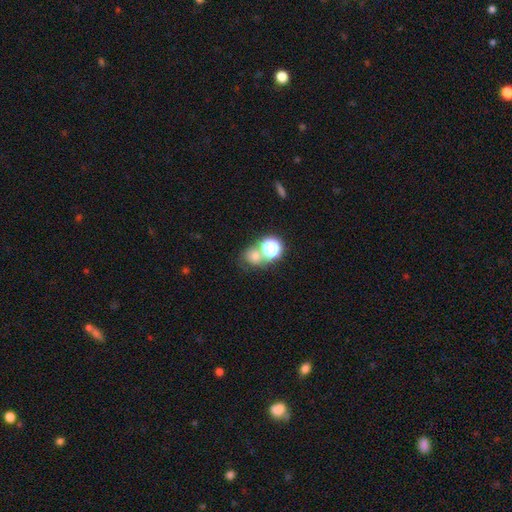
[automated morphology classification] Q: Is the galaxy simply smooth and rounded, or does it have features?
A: smooth — 56%.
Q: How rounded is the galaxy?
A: round — 73%.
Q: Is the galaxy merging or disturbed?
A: none — 49%.